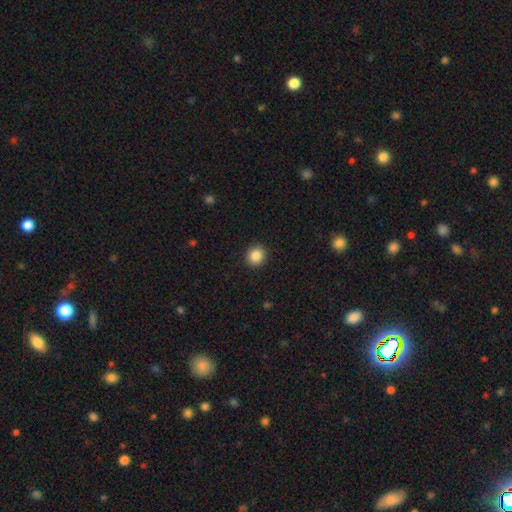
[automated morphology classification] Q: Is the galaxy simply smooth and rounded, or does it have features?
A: smooth — 87%.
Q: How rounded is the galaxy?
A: round — 88%.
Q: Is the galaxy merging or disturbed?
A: none — 91%.